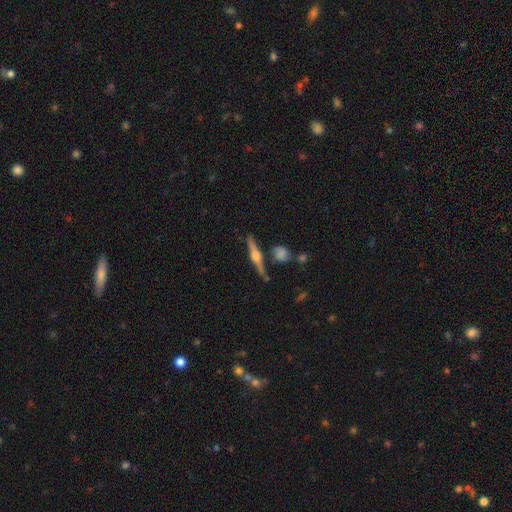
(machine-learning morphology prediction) The model was most divided on "smooth or featured": featured or disk: 78%, smooth: 16%, star or artifact: 6%. More confident: edge-on disk — yes (98%); edge-on bulge — rounded (91%); merging — none (82%).